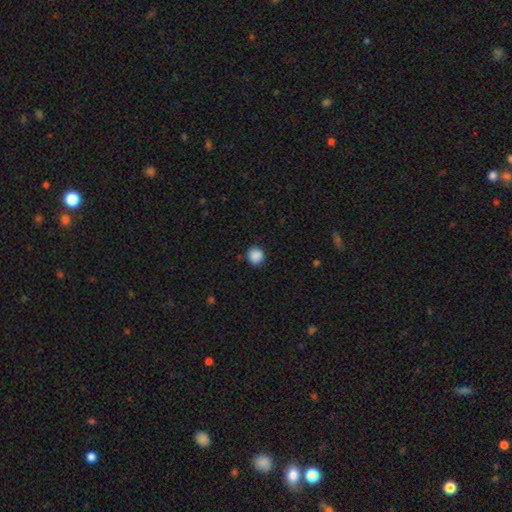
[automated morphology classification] Smooth or featured: smooth — 88% (star or artifact — 9%)
How rounded: round — 91% (in between — 8%)
Merging: none — 88% (minor disturbance — 8%)